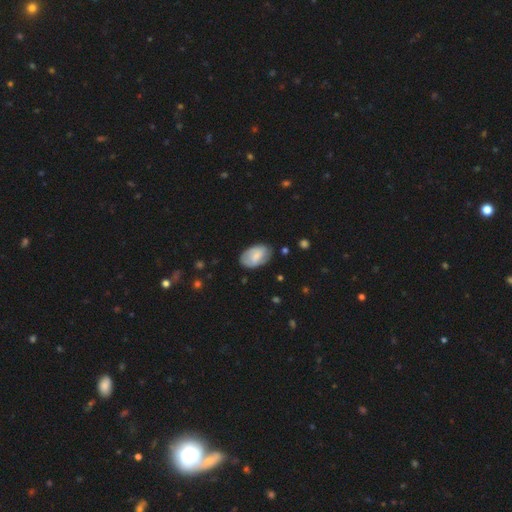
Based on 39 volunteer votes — smooth 72%, featured or disk 21%, star or artifact 8%. Down the decision tree: how rounded — in between (89%); merging — none (53%).